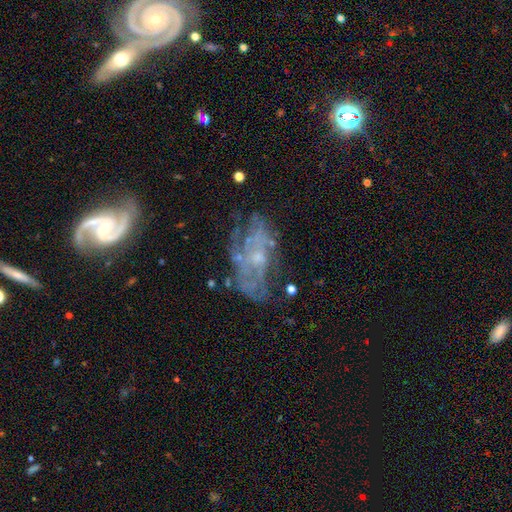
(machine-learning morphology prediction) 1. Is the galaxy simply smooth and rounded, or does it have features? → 72% featured or disk, 17% smooth, 11% star or artifact.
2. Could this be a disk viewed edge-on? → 94% no, 6% yes.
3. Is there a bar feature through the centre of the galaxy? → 77% no, 19% weak, 4% strong.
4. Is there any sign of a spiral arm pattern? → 60% yes, 40% no.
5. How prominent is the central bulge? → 61% small, 25% moderate, 11% none, 2% large, 1% dominant.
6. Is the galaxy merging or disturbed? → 55% none, 22% minor disturbance, 18% major disturbance, 5% merger.